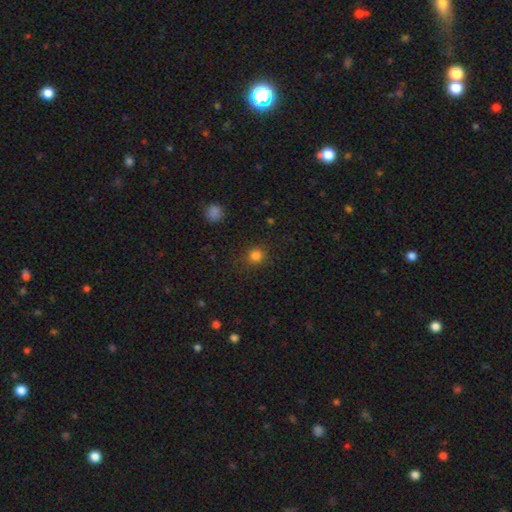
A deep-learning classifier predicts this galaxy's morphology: smooth-or-featured: smooth: 82% | star or artifact: 14% | featured or disk: 4%
  how-rounded: round: 88% | in between: 11% | cigar-shaped: 1%
  merging: none: 85% | minor disturbance: 10% | major disturbance: 4% | merger: 2%